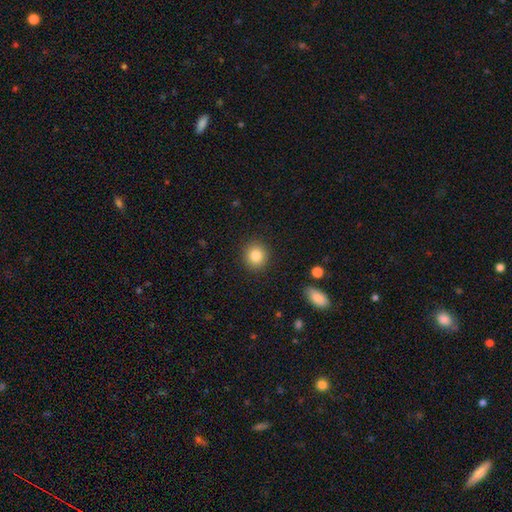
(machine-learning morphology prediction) Smooth or featured?
  - smooth: 83% *
  - star or artifact: 10%
  - featured or disk: 7%
How rounded?
  - round: 89% *
  - in between: 10%
  - cigar-shaped: 1%
Merging?
  - none: 91% *
  - minor disturbance: 6%
  - major disturbance: 2%
  - merger: 1%